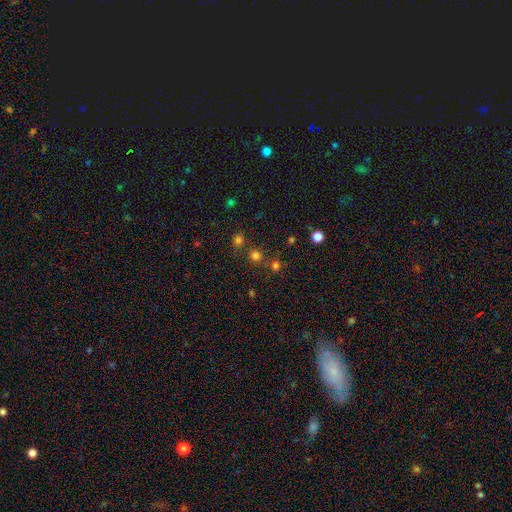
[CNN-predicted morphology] Overall: smooth (69%). How rounded: round (89%). Merging: none (73%).